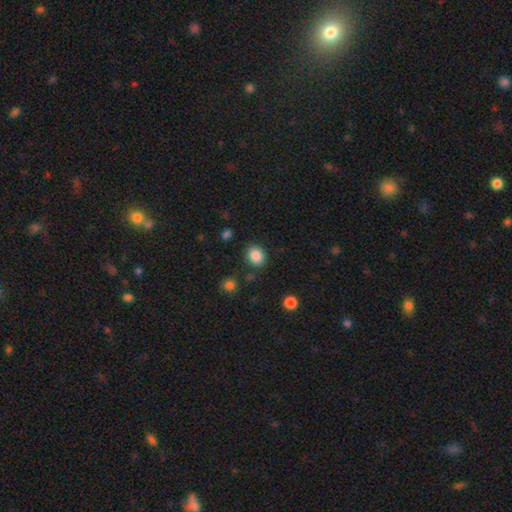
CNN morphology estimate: type=smooth (87%); roundness=round (57%); merging=none (84%).